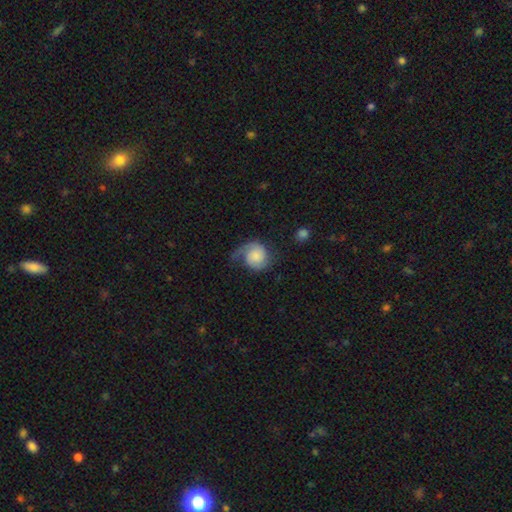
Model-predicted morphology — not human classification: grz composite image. It shows a featured or disk galaxy (59%) with no bar (74%), 2 (53%) medium (37%) spiral arms (93%) and no central bulge (28%). Merging: none (43%).